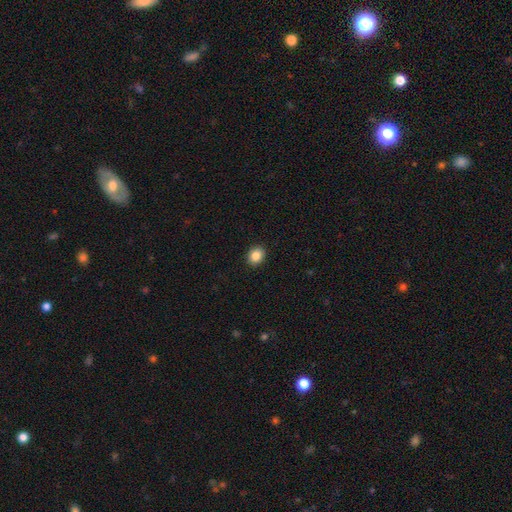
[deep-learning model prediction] This is clearly a smooth galaxy (86%). How rounded: possibly round (53%). Merging: clearly none (91%).